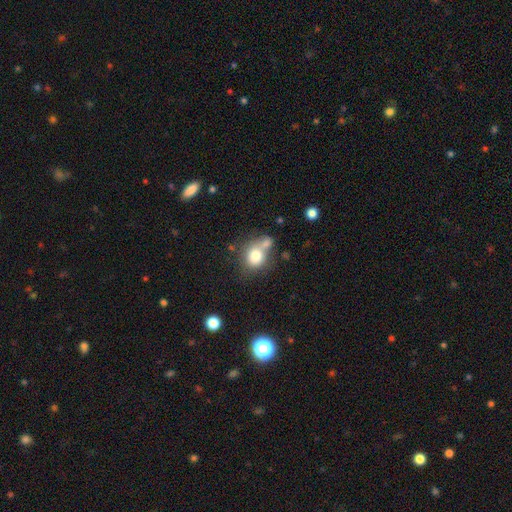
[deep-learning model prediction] Smooth or featured: smooth — 77% (featured or disk — 13%)
How rounded: round — 67% (in between — 32%)
Merging: none — 42% (merger — 36%)